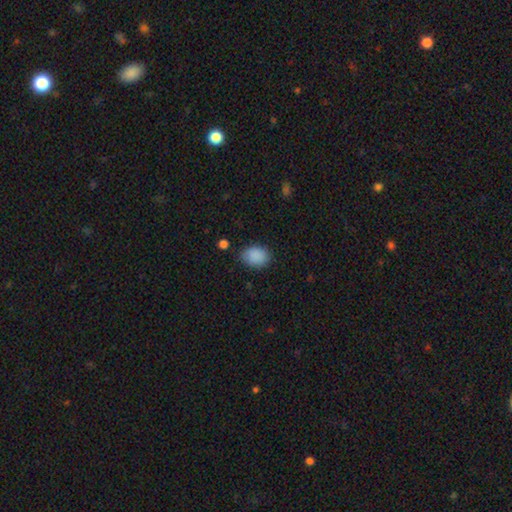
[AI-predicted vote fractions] smooth 89%, star or artifact 8%, featured or disk 3%. Down the decision tree: how rounded — in between (71%); merging — none (79%).